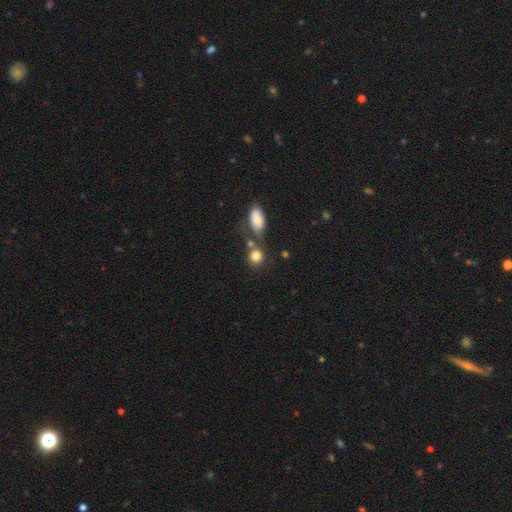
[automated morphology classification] A smooth galaxy with no disk features (82%) that is round (78%). Merging: none (53%).